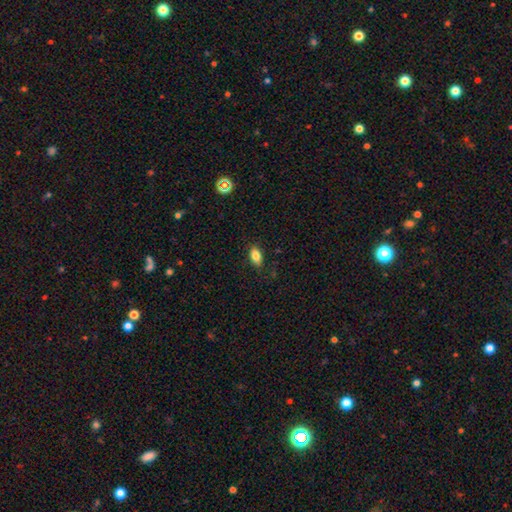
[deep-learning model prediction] Smooth or featured?
  - smooth: 82% *
  - star or artifact: 9%
  - featured or disk: 9%
How rounded?
  - in between: 89% *
  - round: 6%
  - cigar-shaped: 5%
Merging?
  - none: 85% *
  - minor disturbance: 11%
  - major disturbance: 3%
  - merger: 1%